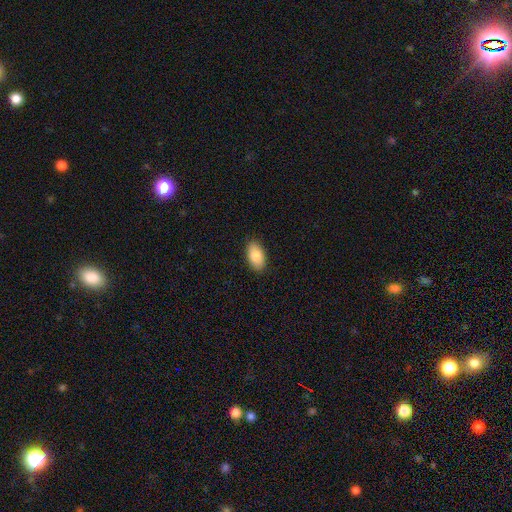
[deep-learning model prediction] smooth-or-featured: smooth: 86% | featured or disk: 8% | star or artifact: 6%
  how-rounded: in between: 94% | round: 4% | cigar-shaped: 2%
  merging: none: 89% | minor disturbance: 8% | major disturbance: 2% | merger: 1%